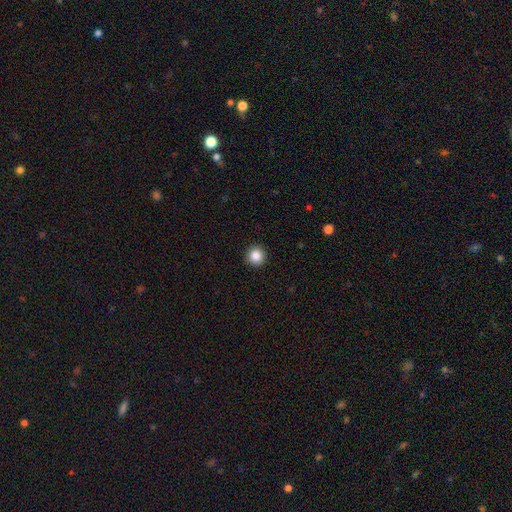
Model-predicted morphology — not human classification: A smooth galaxy with no disk features (86%) that is round (95%). Merging: none (93%).